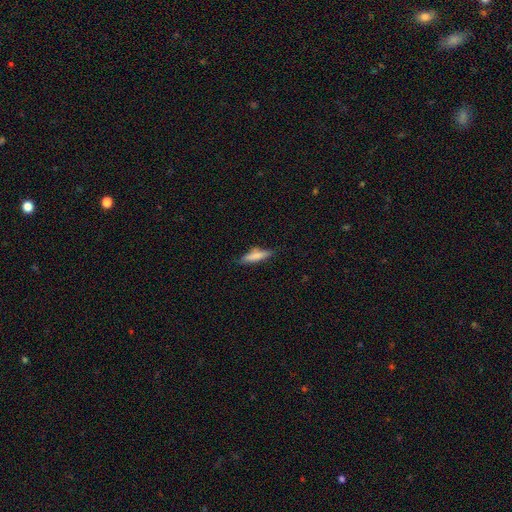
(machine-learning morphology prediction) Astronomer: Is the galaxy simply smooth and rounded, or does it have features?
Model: smooth — 73%.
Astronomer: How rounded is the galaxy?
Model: cigar-shaped — 75%.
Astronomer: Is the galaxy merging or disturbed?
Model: none — 80%.